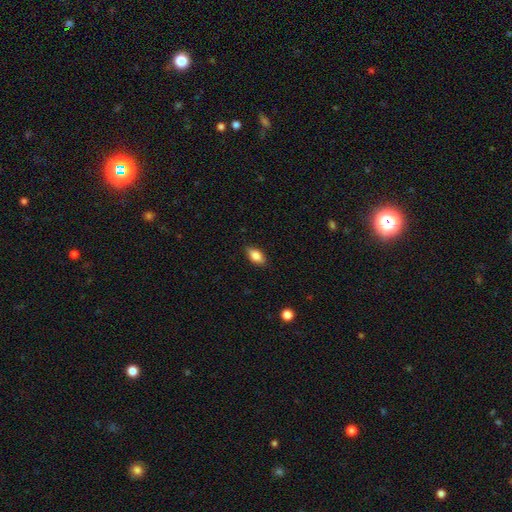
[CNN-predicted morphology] Q: Smooth or featured?
A: smooth (85%); runner-up: star or artifact (7%)
Q: How rounded?
A: in between (90%); runner-up: round (5%)
Q: Merging?
A: none (86%); runner-up: minor disturbance (11%)